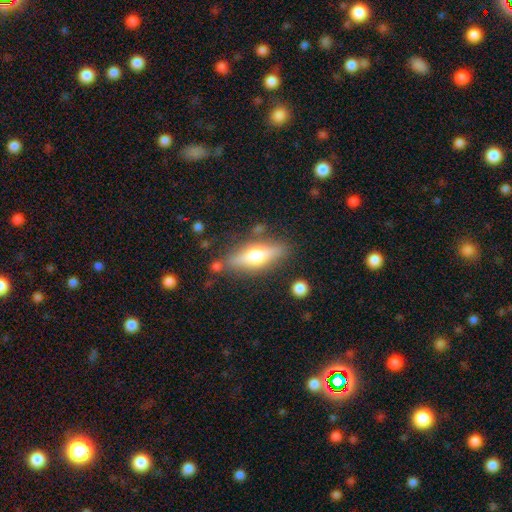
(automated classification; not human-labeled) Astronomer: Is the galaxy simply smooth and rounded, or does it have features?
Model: featured or disk — 55% (runner-up: smooth, 38%).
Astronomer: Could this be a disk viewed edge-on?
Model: yes — 89%.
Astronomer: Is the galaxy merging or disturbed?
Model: none — 78%.